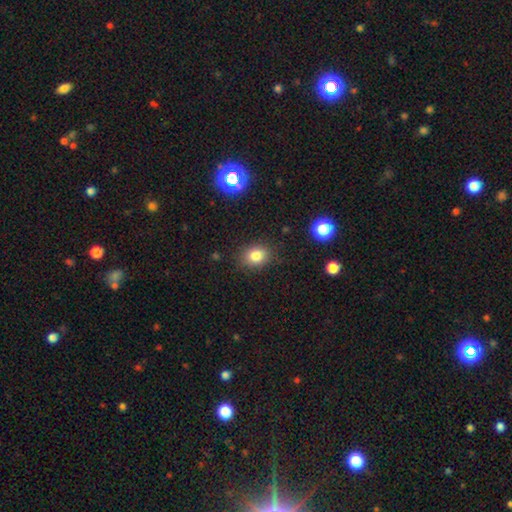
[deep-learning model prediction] smooth 81%, star or artifact 12%, featured or disk 7%. Down the decision tree: how rounded — in between (50%); merging — none (84%).